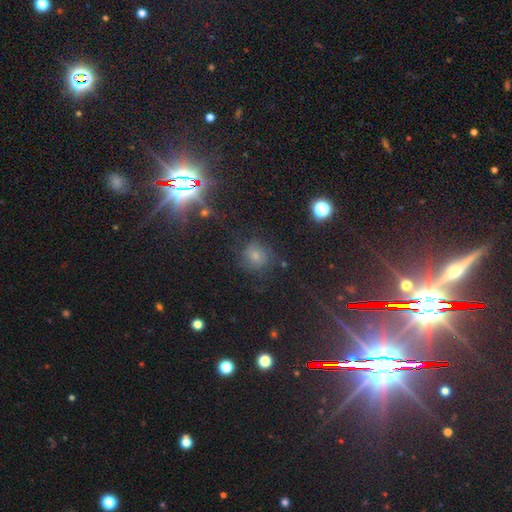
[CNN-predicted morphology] A smooth galaxy with no disk features (45%). Merging: none (73%).